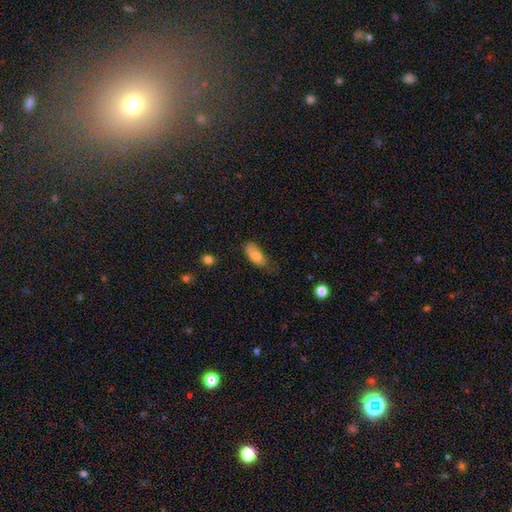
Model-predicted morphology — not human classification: type=smooth (76%); roundness=in between (86%); merging=none (50%).